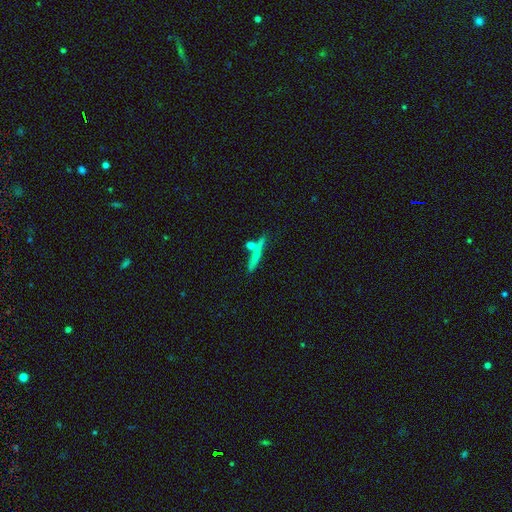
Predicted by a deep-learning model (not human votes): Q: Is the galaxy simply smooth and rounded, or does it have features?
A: smooth — 49%.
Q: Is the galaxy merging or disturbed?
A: none — 68%.